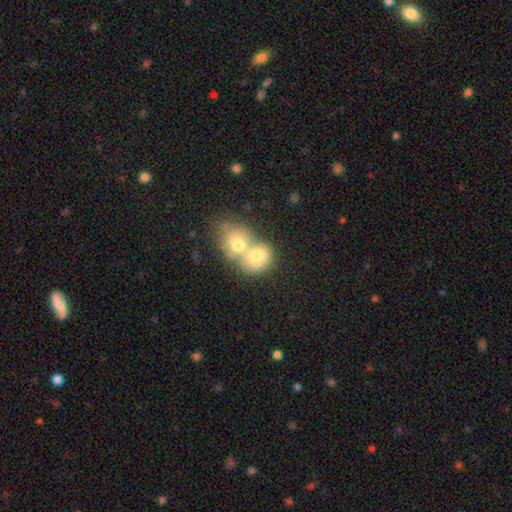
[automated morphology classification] smooth-or-featured: smooth: 69% | featured or disk: 21% | star or artifact: 10%
  how-rounded: round: 61% | in between: 38% | cigar-shaped: 1%
  merging: merger: 73% | none: 19% | minor disturbance: 5% | major disturbance: 3%